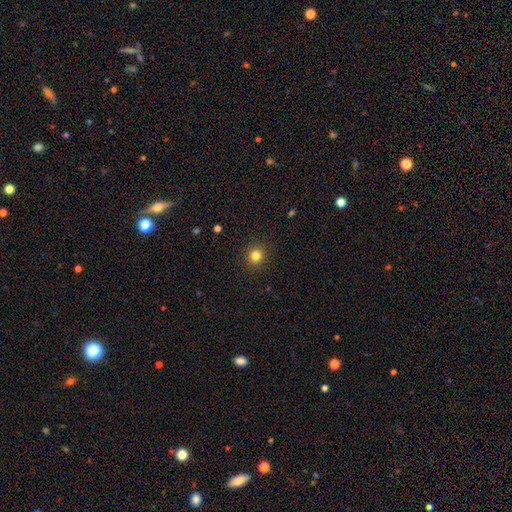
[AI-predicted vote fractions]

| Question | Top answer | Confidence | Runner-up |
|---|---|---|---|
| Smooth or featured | smooth | 82% | star or artifact (13%) |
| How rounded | round | 92% | in between (7%) |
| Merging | none | 92% | minor disturbance (5%) |